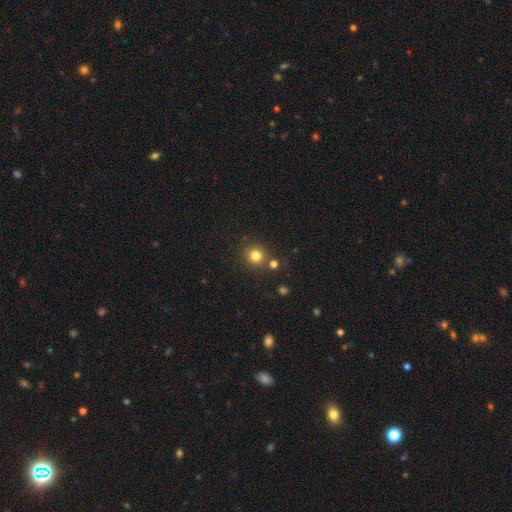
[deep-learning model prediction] smooth 80%, star or artifact 14%, featured or disk 6%. Down the decision tree: how rounded — round (90%); merging — none (78%).